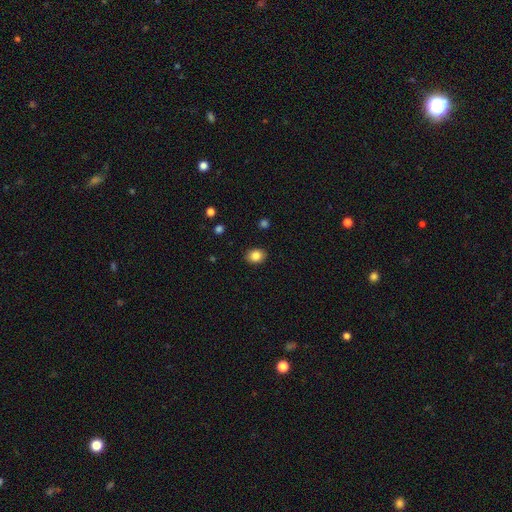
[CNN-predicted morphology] Overall: smooth (84%). How rounded: in between (56%; round 43%). Merging: none (89%).